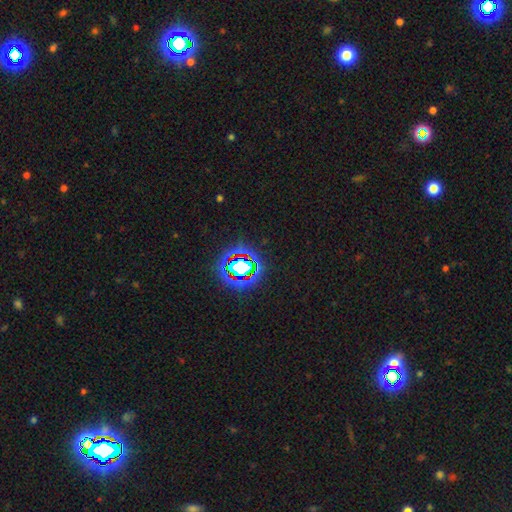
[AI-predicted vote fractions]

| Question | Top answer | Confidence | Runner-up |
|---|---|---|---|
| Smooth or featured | star or artifact | 79% | smooth (13%) |